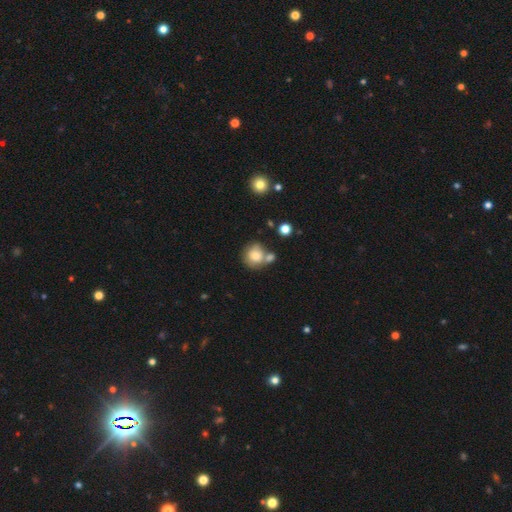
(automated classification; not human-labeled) This appears to be a smooth galaxy with no disk features (75%) that is round (86%). Merging: none (49%).